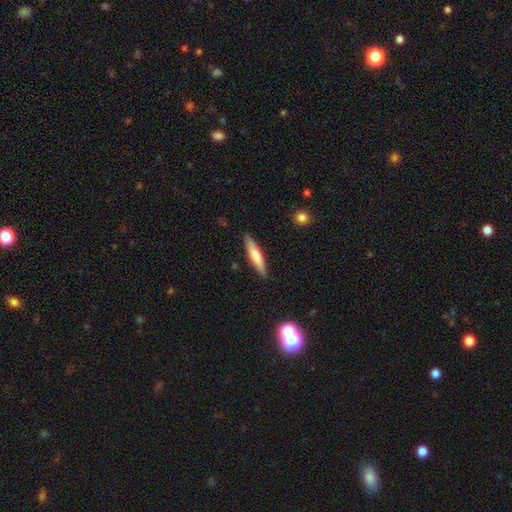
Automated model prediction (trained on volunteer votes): smooth-or-featured: smooth: 65% | featured or disk: 29% | star or artifact: 6%
  how-rounded: cigar-shaped: 87% | in between: 11% | round: 1%
  merging: none: 88% | minor disturbance: 9% | major disturbance: 2% | merger: 1%